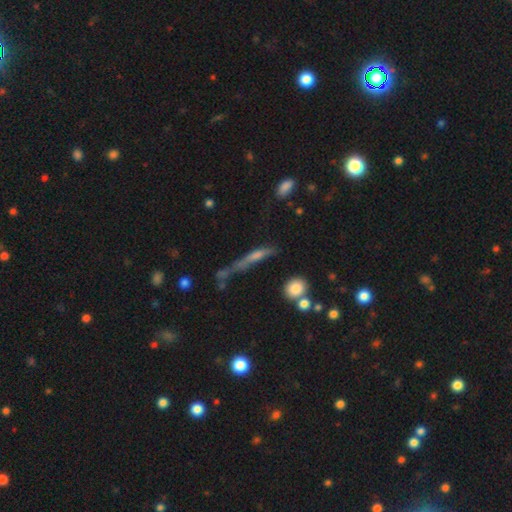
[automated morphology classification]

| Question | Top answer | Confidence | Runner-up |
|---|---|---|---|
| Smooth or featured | smooth | 47% | featured or disk (39%) |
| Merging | none | 45% | minor disturbance (23%) |